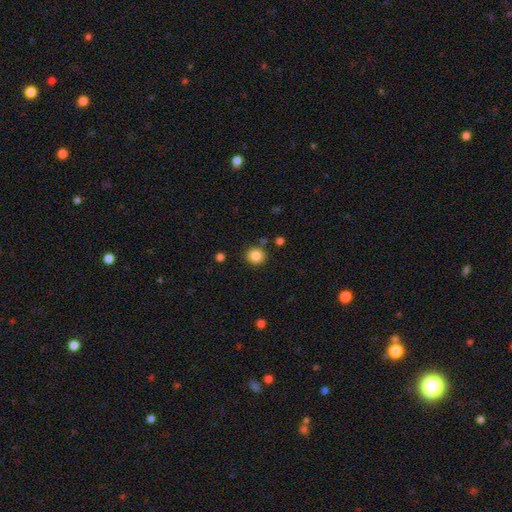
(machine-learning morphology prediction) Q: Smooth or featured?
A: smooth (85%); runner-up: star or artifact (10%)
Q: How rounded?
A: round (88%); runner-up: in between (11%)
Q: Merging?
A: none (87%); runner-up: minor disturbance (7%)